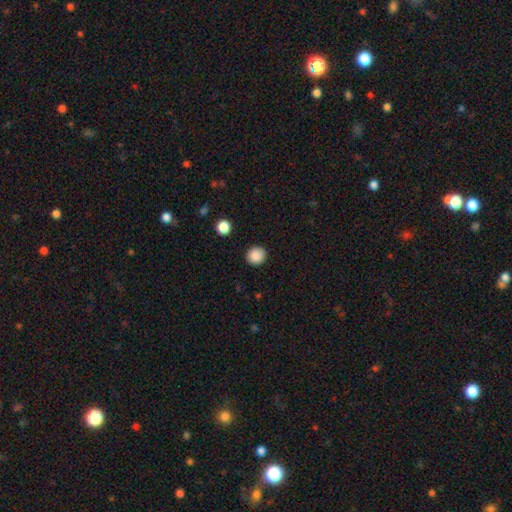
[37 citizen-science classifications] Volunteers were most divided on "merging": none: 86%, merger: 9%, minor disturbance: 3%, major disturbance: 3%. More confident: how rounded — round (97%); smooth or featured — smooth (89%).